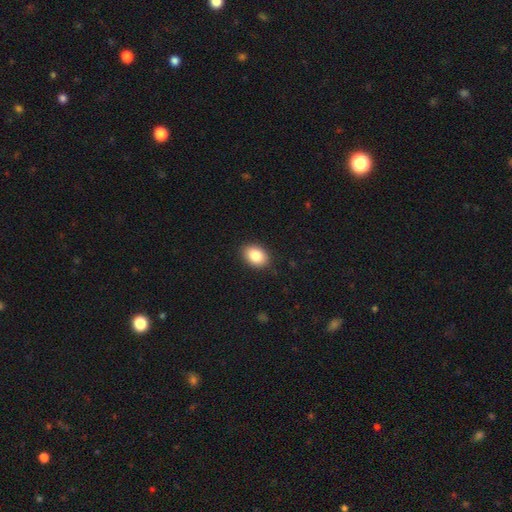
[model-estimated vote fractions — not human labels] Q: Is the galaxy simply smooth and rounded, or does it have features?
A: smooth — 86%.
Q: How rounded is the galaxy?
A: in between — 80%.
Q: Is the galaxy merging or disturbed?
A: none — 89%.